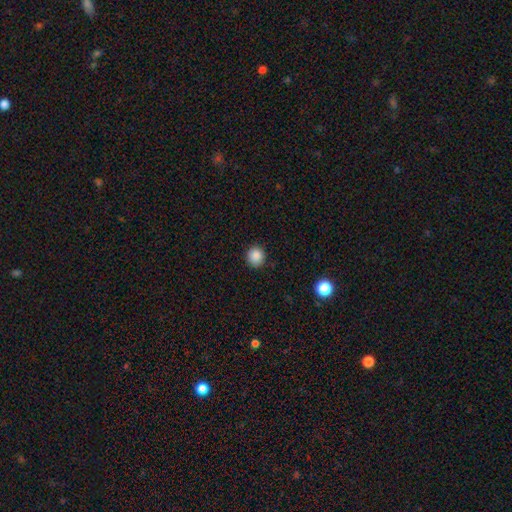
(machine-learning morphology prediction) The model was most divided on "smooth or featured": smooth: 87%, star or artifact: 10%, featured or disk: 3%. More confident: how rounded — round (91%); merging — none (89%).